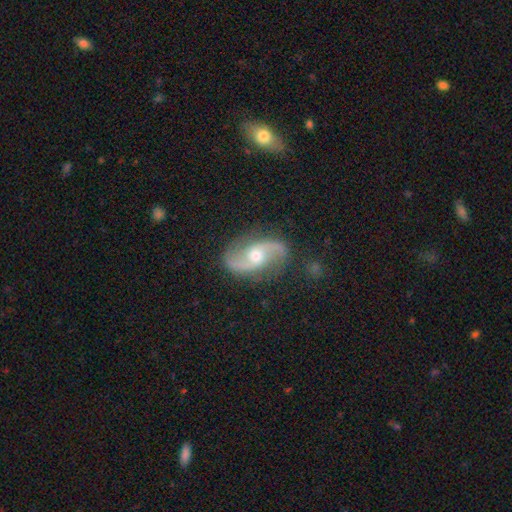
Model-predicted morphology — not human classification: This appears to be a featured or disk galaxy (89%) with no bar (55%), 2 (94%) loose (53%) spiral arms (97%) and a moderate central bulge (70%). Merging: none (84%).